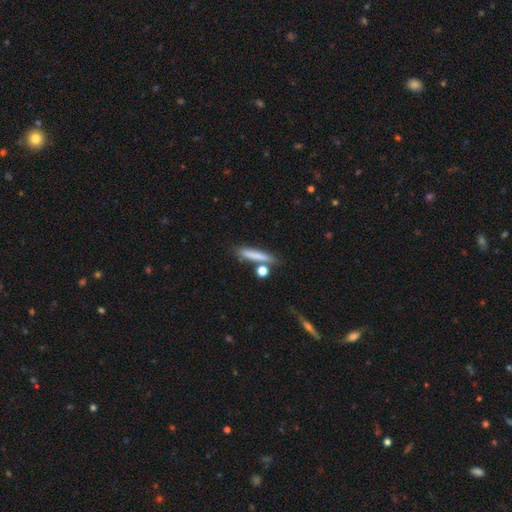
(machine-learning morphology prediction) smooth_or_featured: smooth (p=0.77) [alt: featured or disk p=0.15]
how_rounded: cigar-shaped (p=0.83) [alt: in between p=0.11]
merging: none (p=0.72) [alt: minor disturbance p=0.13]